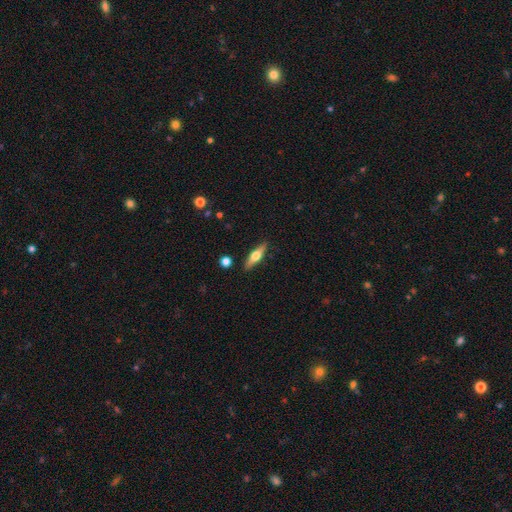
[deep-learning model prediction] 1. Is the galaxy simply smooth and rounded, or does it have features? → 50% featured or disk, 44% smooth, 6% star or artifact.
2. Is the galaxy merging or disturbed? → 87% none, 9% minor disturbance, 2% merger, 2% major disturbance.